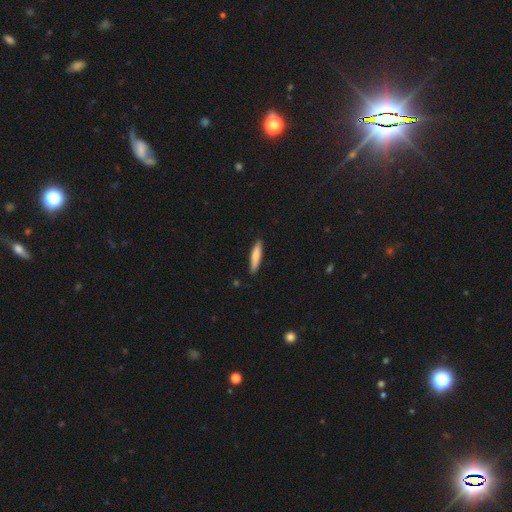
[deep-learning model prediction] This appears to be a smooth galaxy with no disk features (73%) that is cigar-shaped (85%). Merging: none (88%).